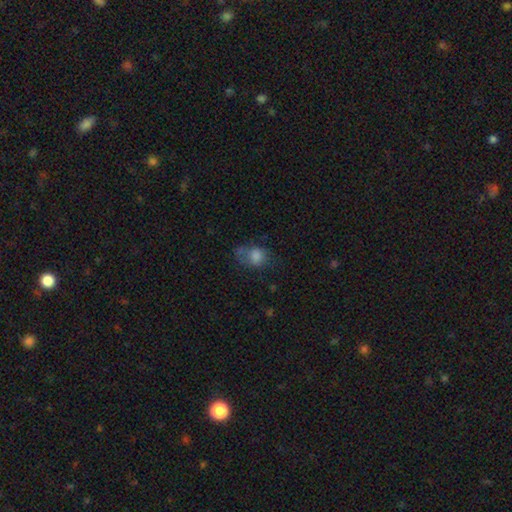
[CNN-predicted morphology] smooth 74%, featured or disk 14%, star or artifact 12%. Down the decision tree: how rounded — in between (54%); merging — none (45%).